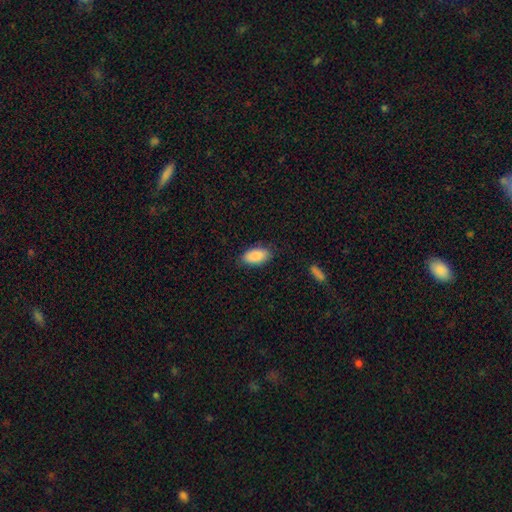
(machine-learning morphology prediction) Smooth or featured: smooth — 90% (star or artifact — 6%)
How rounded: in between — 93% (cigar-shaped — 4%)
Merging: none — 81% (minor disturbance — 14%)